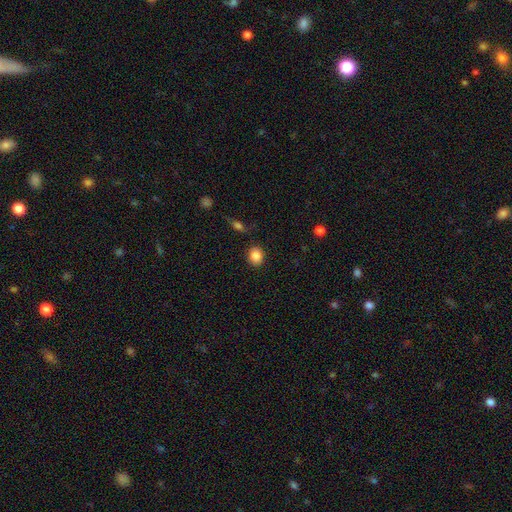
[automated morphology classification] smooth-or-featured: smooth: 87% | star or artifact: 9% | featured or disk: 5%
  how-rounded: round: 64% | in between: 35% | cigar-shaped: 1%
  merging: none: 86% | minor disturbance: 9% | major disturbance: 3% | merger: 2%